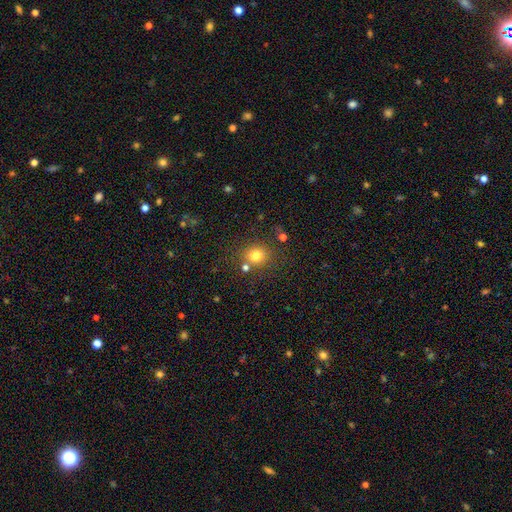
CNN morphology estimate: Smooth or featured? smooth (77%)
How rounded? round (76%)
Merging? none (75%)